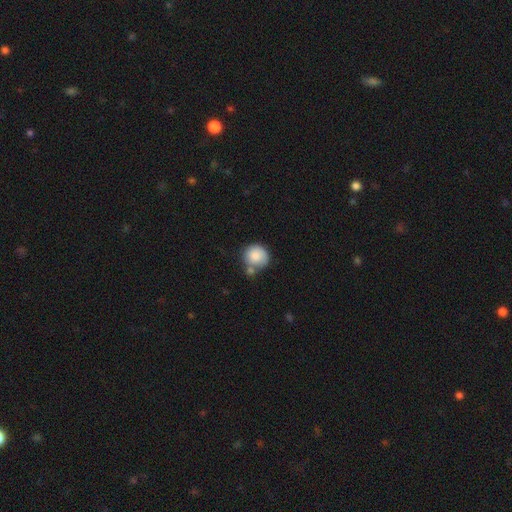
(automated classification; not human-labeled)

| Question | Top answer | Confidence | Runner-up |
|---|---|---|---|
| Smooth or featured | smooth | 83% | featured or disk (10%) |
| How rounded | round | 90% | in between (9%) |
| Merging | none | 49% | merger (25%) |